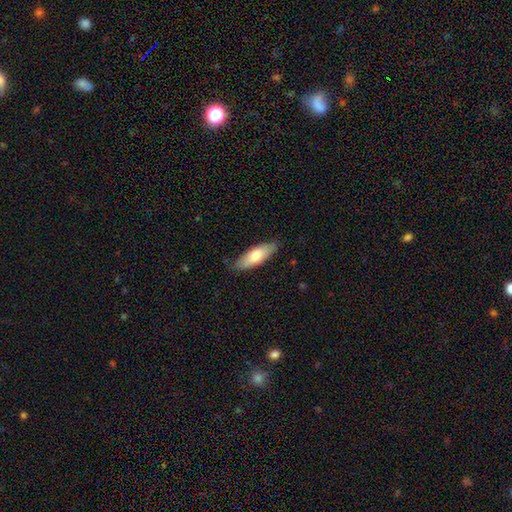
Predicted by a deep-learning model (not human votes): This appears to be a smooth galaxy with no disk features (73%) that is in between round and cigar-shaped (61%). Merging: none (82%).